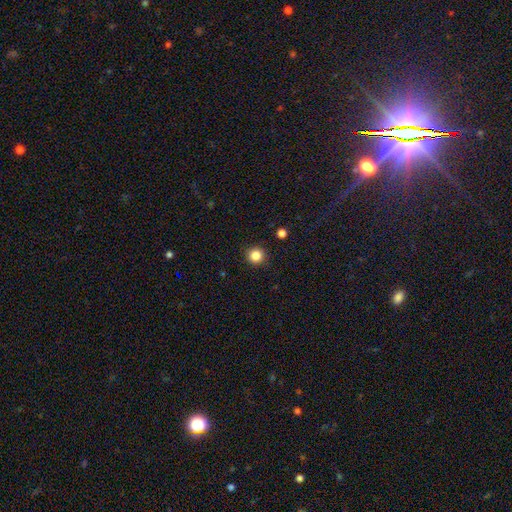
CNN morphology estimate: This appears to be a smooth galaxy with no disk features (84%) that is round (94%). Merging: none (92%).